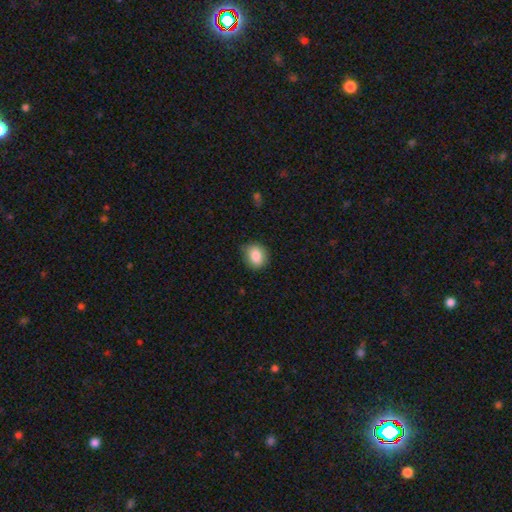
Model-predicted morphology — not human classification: smooth-or-featured: smooth: 86% | star or artifact: 9% | featured or disk: 6%
  how-rounded: round: 57% | in between: 42% | cigar-shaped: 1%
  merging: none: 74% | minor disturbance: 21% | major disturbance: 3% | merger: 1%